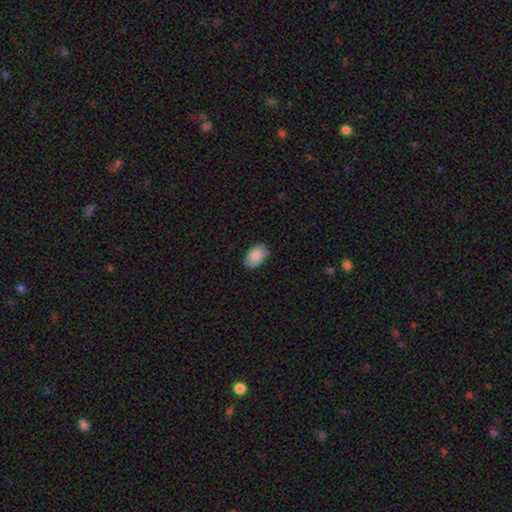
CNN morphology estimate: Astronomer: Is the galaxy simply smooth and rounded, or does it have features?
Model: smooth — 89%.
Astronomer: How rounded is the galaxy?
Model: in between — 92%.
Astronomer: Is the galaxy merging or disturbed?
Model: none — 85%.